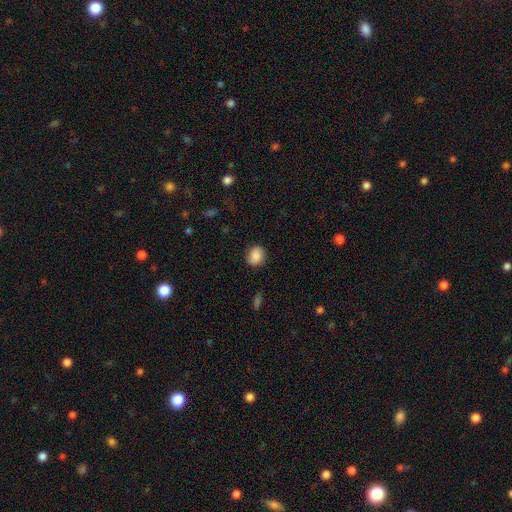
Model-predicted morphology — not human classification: Q: Smooth or featured?
A: smooth (84%); runner-up: star or artifact (8%)
Q: How rounded?
A: round (60%); runner-up: in between (39%)
Q: Merging?
A: none (81%); runner-up: minor disturbance (14%)